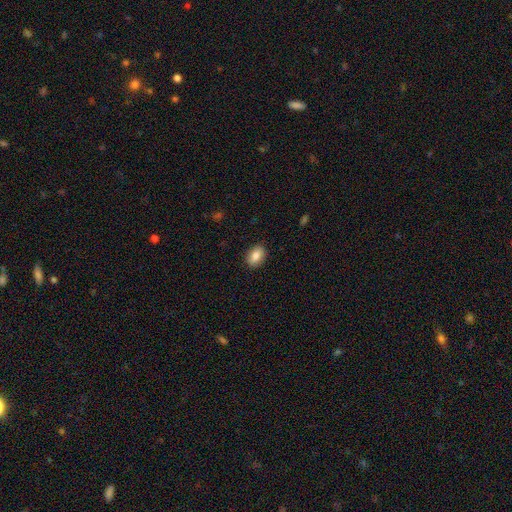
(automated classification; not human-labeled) A smooth galaxy with no disk features (86%) that is in between round and cigar-shaped (85%). Merging: none (89%).